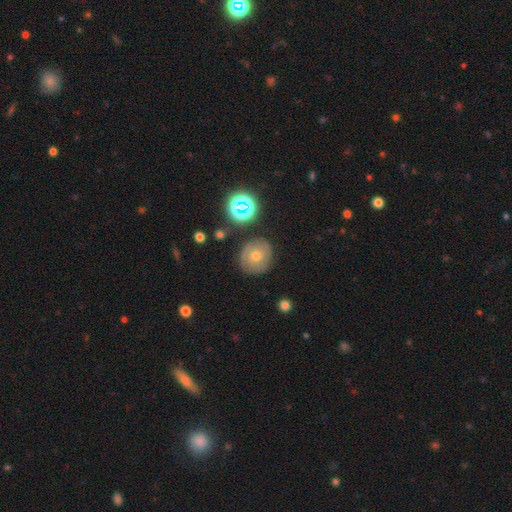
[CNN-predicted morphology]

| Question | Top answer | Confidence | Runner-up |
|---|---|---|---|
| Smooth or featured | smooth | 42% | featured or disk (40%) |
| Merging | none | 81% | minor disturbance (13%) |